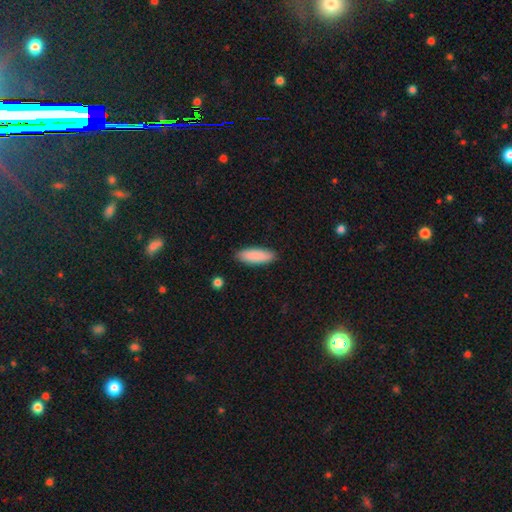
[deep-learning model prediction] smooth_or_featured: smooth (p=0.89) [alt: star or artifact p=0.06]
how_rounded: in between (p=0.59) [alt: cigar-shaped p=0.40]
merging: none (p=0.88) [alt: minor disturbance p=0.09]